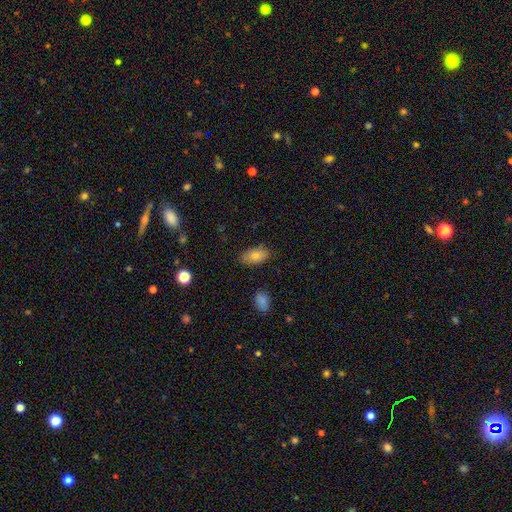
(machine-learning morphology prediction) Smooth or featured: smooth — 80% (featured or disk — 12%)
How rounded: in between — 92% (round — 5%)
Merging: none — 82% (minor disturbance — 14%)